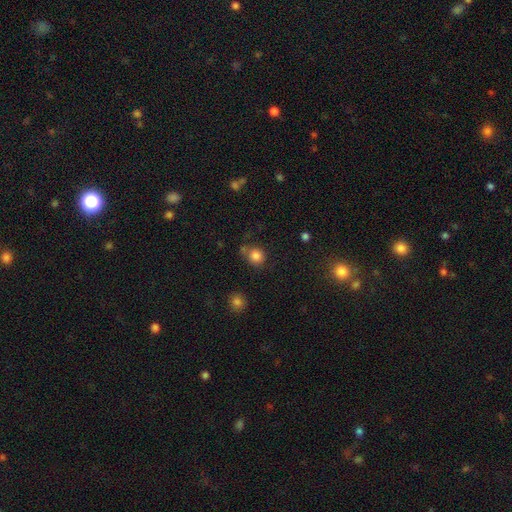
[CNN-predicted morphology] A smooth galaxy with no disk features (83%) that is round (88%).

Vote fractions:
- Smooth or featured? smooth: 83% / star or artifact: 12% / featured or disk: 5%
- How rounded? round: 88% / in between: 11% / cigar-shaped: 1%
- Merging? none: 70% / minor disturbance: 14% / merger: 11% / major disturbance: 5%